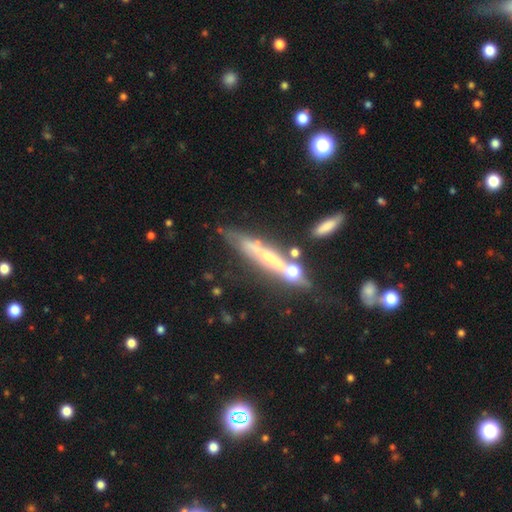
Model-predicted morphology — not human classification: A featured or disk galaxy (67%) viewed edge-on (82%) with a rounded central bulge (55%). Merging: none (54%).